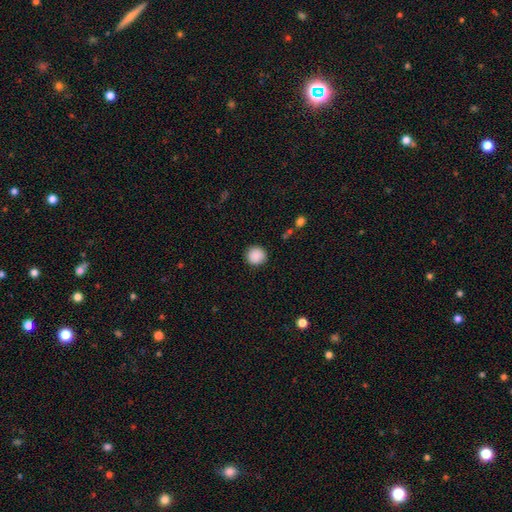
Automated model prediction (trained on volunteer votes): Morphology: type=smooth (89%); roundness=round (93%); merging=none (90%).